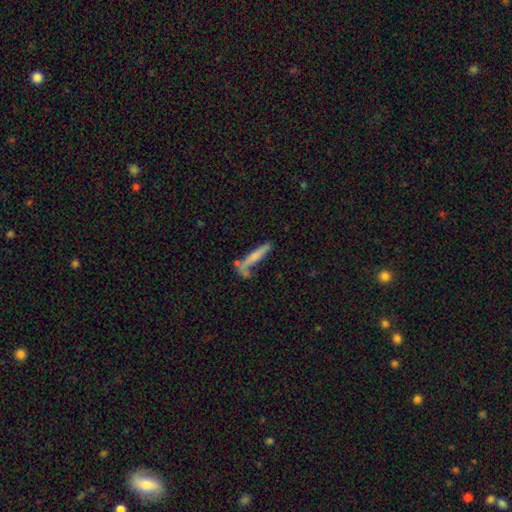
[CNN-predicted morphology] Smooth or featured? Predicted: smooth (p=0.55). How rounded? Predicted: cigar-shaped (p=0.91). Merging? Predicted: none (p=0.55).